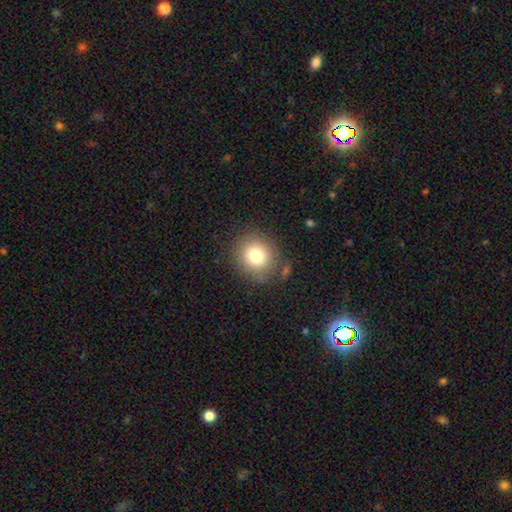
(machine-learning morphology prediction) smooth 78%, star or artifact 11%, featured or disk 10%. Down the decision tree: how rounded — round (86%); merging — none (82%).